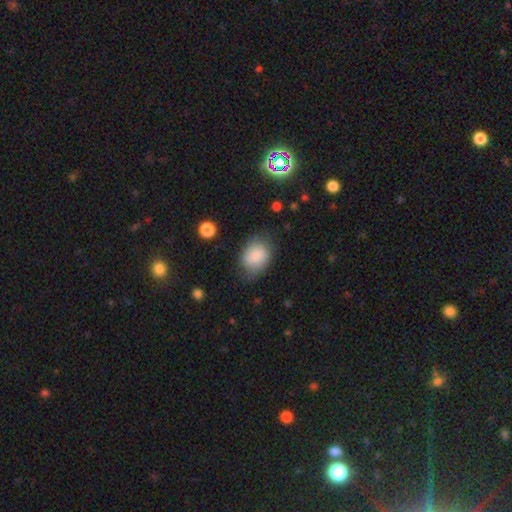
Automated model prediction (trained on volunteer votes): smooth 80%, featured or disk 12%, star or artifact 8%. Down the decision tree: how rounded — in between (59%); merging — none (62%).